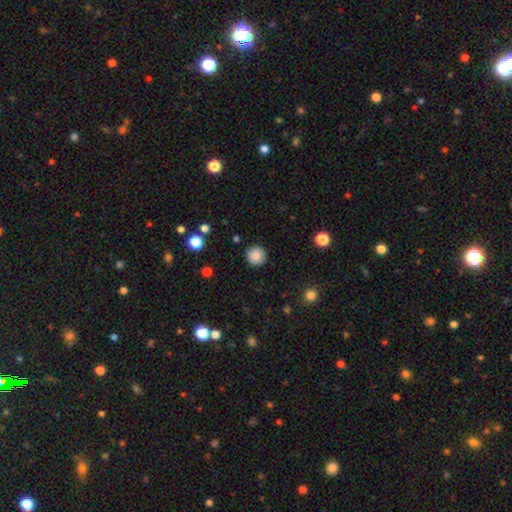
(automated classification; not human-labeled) Q: Smooth or featured?
A: smooth (87%); runner-up: star or artifact (9%)
Q: How rounded?
A: round (94%); runner-up: in between (5%)
Q: Merging?
A: none (90%); runner-up: minor disturbance (6%)